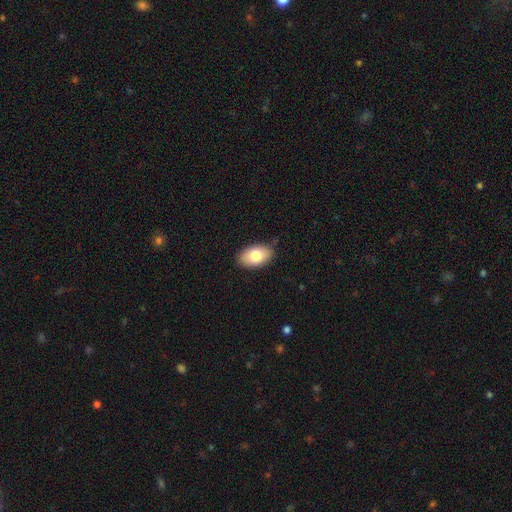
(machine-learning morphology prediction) Overall: smooth (79%). How rounded: in between (93%). Merging: none (84%).